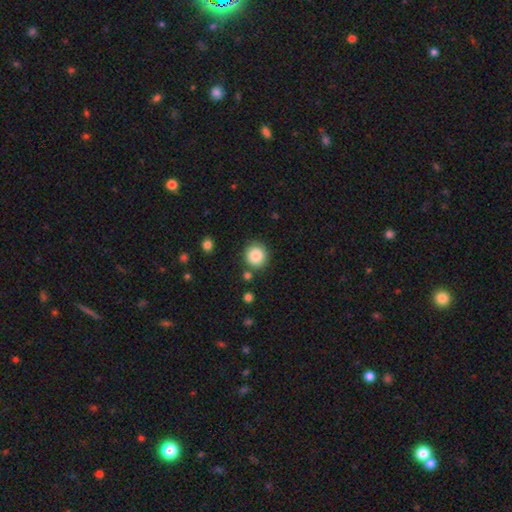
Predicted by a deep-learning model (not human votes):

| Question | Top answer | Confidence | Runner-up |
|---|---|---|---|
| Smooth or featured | smooth | 87% | star or artifact (9%) |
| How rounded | round | 91% | in between (8%) |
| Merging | none | 85% | minor disturbance (9%) |